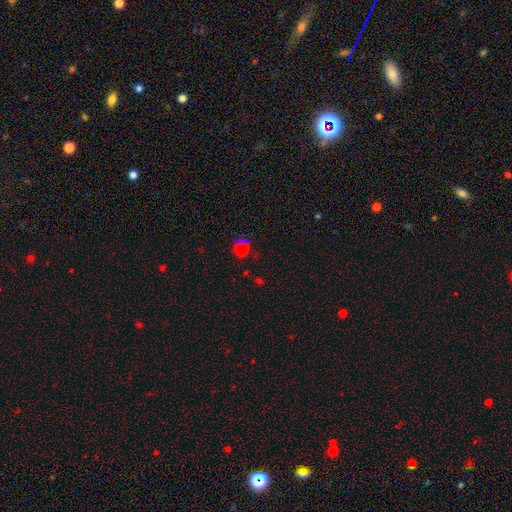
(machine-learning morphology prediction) A smooth galaxy with no disk features (55%) that is round (89%).

Vote fractions:
- Smooth or featured? smooth: 55% / star or artifact: 37% / featured or disk: 8%
- How rounded? round: 89% / in between: 10% / cigar-shaped: 1%
- Merging? none: 78% / minor disturbance: 11% / merger: 6% / major disturbance: 6%